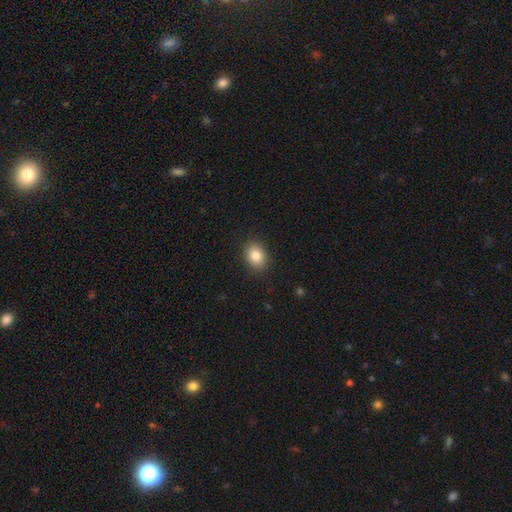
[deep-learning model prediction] Smooth or featured? smooth (84%)
How rounded? in between (58%)
Merging? none (88%)